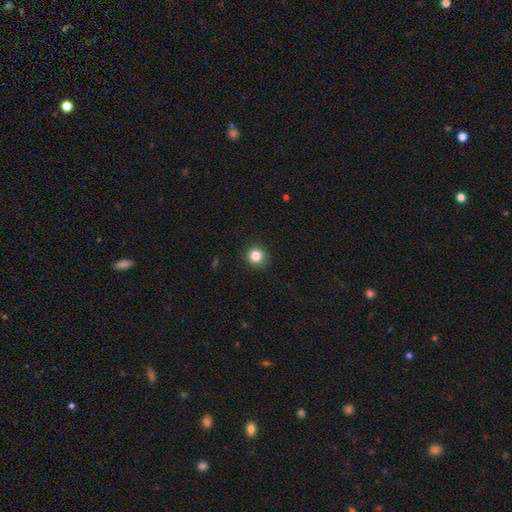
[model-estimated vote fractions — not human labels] Morphology: type=smooth (84%); roundness=round (94%); merging=none (91%).